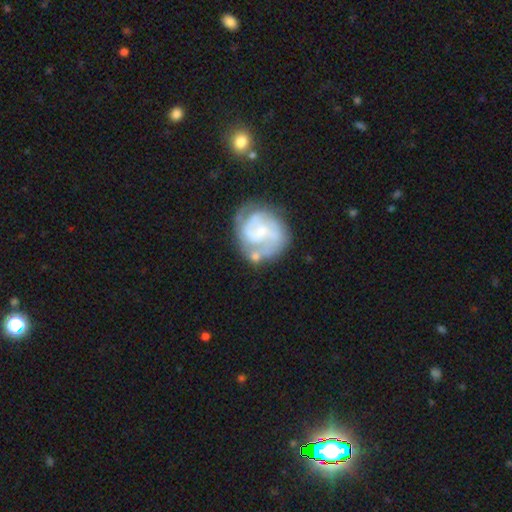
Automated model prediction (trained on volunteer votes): A featured or disk galaxy (69%) with no bar (53%), 2 (46%) medium (40%, tied with tight) spiral arms (78%) and a small central bulge (35%). Merging: none (55%).